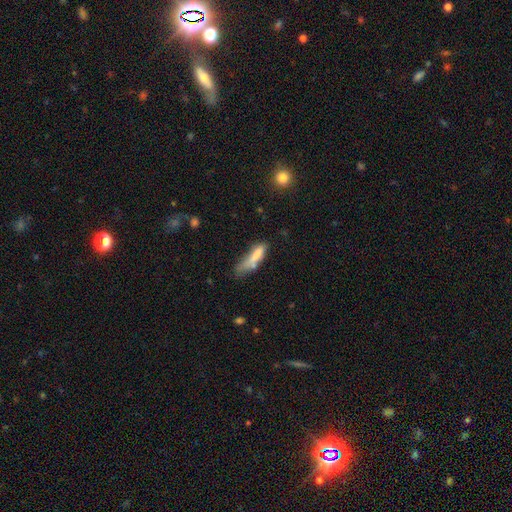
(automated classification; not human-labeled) Smooth or featured?
  - smooth: 71% *
  - featured or disk: 20%
  - star or artifact: 9%
How rounded?
  - cigar-shaped: 67% *
  - in between: 31%
  - round: 2%
Merging?
  - minor disturbance: 30% *
  - none: 29%
  - major disturbance: 27%
  - merger: 14%